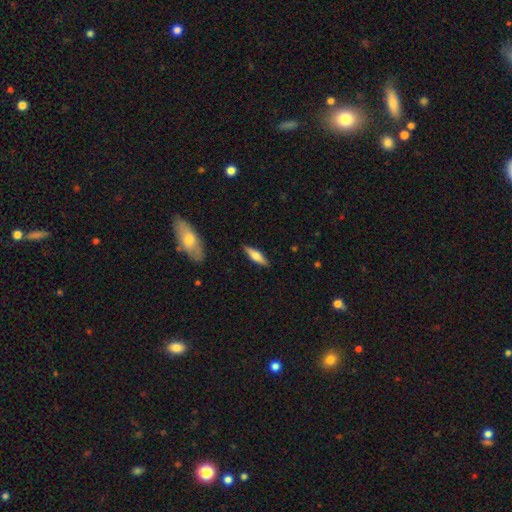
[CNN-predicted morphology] This is likely a smooth galaxy (63%). How rounded: possibly cigar-shaped (58%). Merging: clearly none (88%).